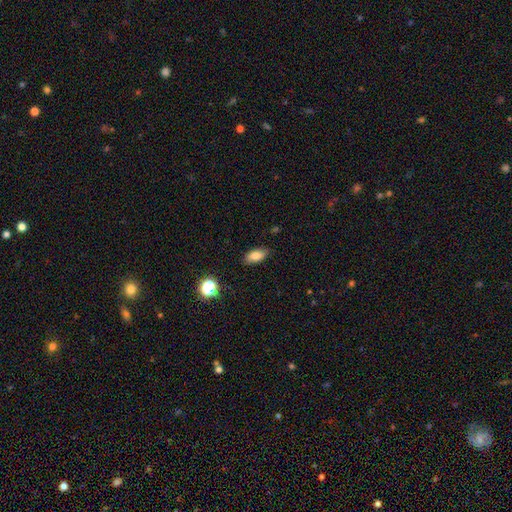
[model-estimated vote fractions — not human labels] A smooth galaxy with no disk features (81%) that is in between round and cigar-shaped (86%).

Vote fractions:
- Smooth or featured? smooth: 81% / star or artifact: 10% / featured or disk: 9%
- How rounded? in between: 86% / cigar-shaped: 9% / round: 5%
- Merging? none: 86% / minor disturbance: 10% / major disturbance: 2% / merger: 1%